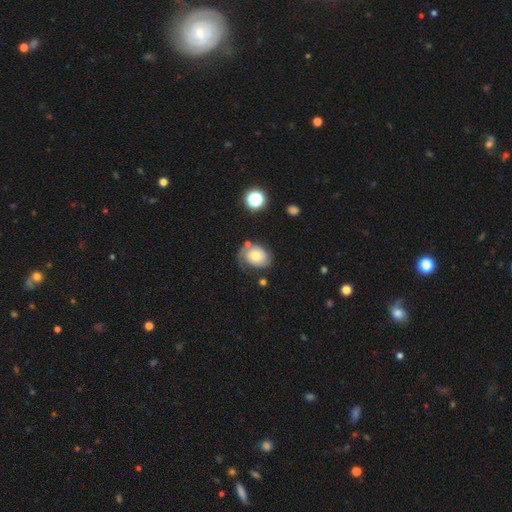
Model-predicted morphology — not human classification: Q: Smooth or featured?
A: featured or disk (51%); runner-up: smooth (40%)
Q: Edge-on disk?
A: no (96%); runner-up: yes (4%)
Q: Merging?
A: none (51%); runner-up: minor disturbance (26%)